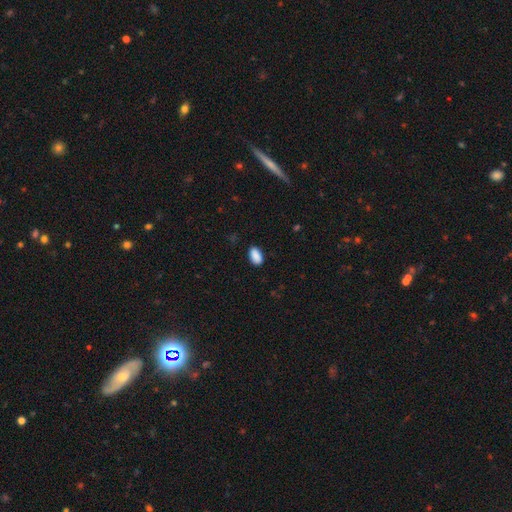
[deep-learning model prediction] Q: Smooth or featured?
A: smooth (90%); runner-up: star or artifact (7%)
Q: How rounded?
A: in between (93%); runner-up: round (4%)
Q: Merging?
A: none (86%); runner-up: minor disturbance (11%)